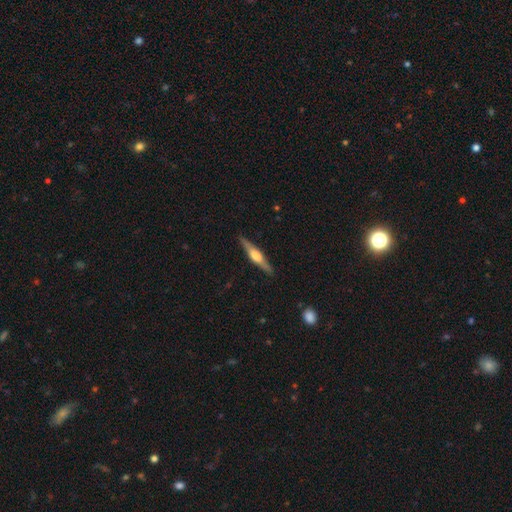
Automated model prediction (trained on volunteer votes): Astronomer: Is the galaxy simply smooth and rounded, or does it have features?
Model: featured or disk — 70%.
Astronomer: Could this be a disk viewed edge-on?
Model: yes — 97%.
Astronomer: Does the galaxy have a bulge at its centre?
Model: rounded — 82%.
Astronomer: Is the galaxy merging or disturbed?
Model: none — 89%.